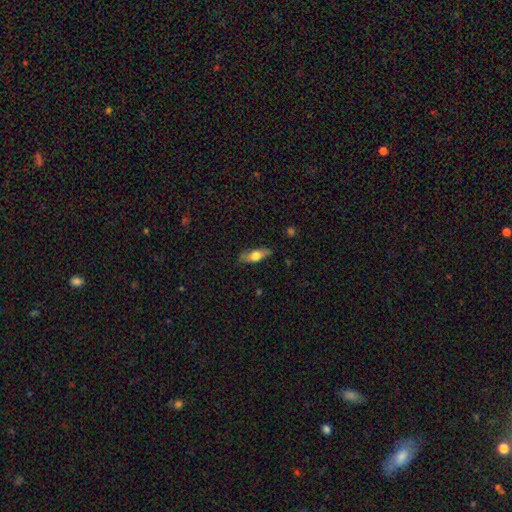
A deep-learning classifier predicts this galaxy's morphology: smooth-or-featured: smooth: 59% | featured or disk: 34% | star or artifact: 6%
  how-rounded: in between: 55% | cigar-shaped: 41% | round: 3%
  merging: none: 80% | minor disturbance: 15% | major disturbance: 3% | merger: 1%